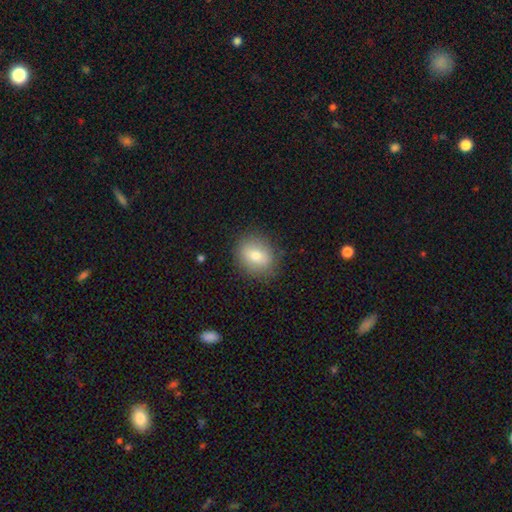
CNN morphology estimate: The model was most divided on "how rounded": round: 53%, in between: 46%, cigar-shaped: 1%. More confident: merging — none (84%); smooth or featured — smooth (77%).